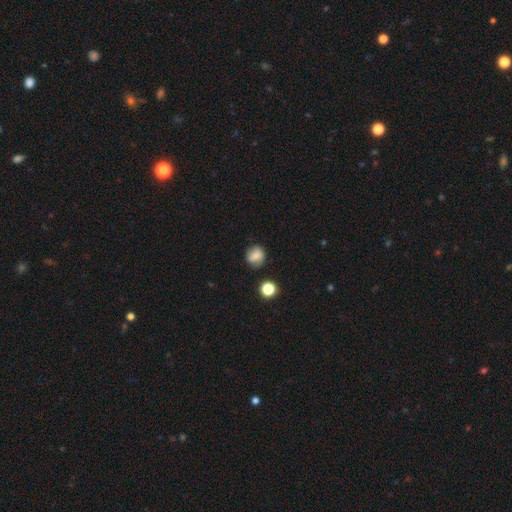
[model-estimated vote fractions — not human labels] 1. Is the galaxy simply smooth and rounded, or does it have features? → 76% smooth, 13% featured or disk, 11% star or artifact.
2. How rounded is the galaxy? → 78% round, 21% in between, 1% cigar-shaped.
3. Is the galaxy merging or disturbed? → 75% none, 17% minor disturbance, 4% major disturbance, 3% merger.